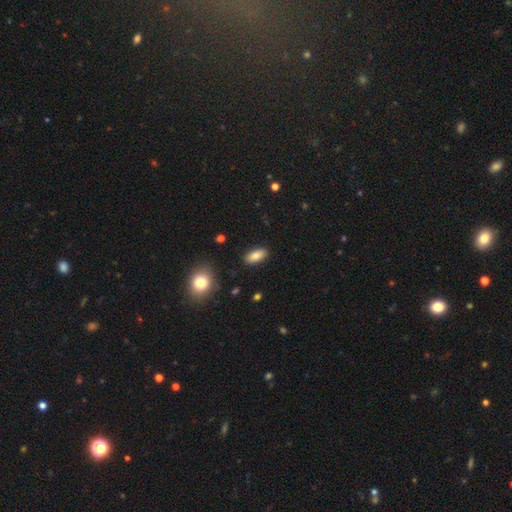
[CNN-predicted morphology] smooth 83%, featured or disk 9%, star or artifact 8%. Down the decision tree: how rounded — in between (89%); merging — none (88%).